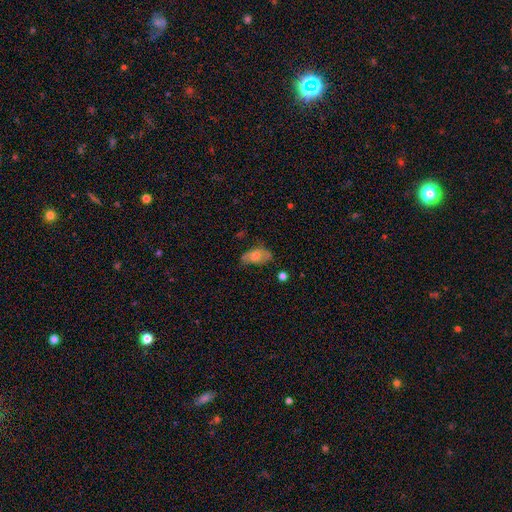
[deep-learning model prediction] Smooth or featured?
  - smooth: 62% *
  - featured or disk: 30%
  - star or artifact: 9%
How rounded?
  - in between: 90% *
  - round: 5%
  - cigar-shaped: 5%
Merging?
  - none: 50% *
  - minor disturbance: 32%
  - major disturbance: 16%
  - merger: 3%